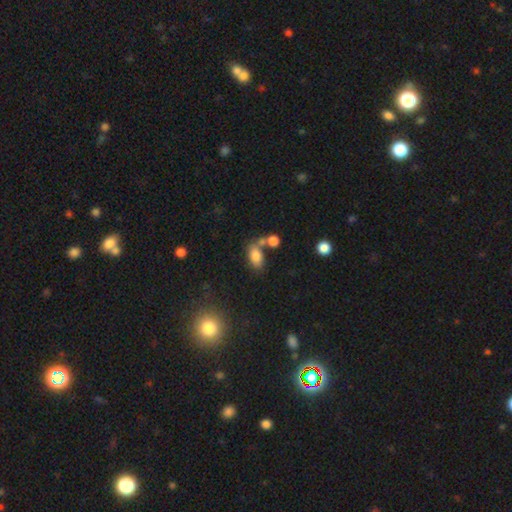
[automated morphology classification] Overall: smooth (80%). How rounded: in between (89%). Merging: none (45%; merger 33%).